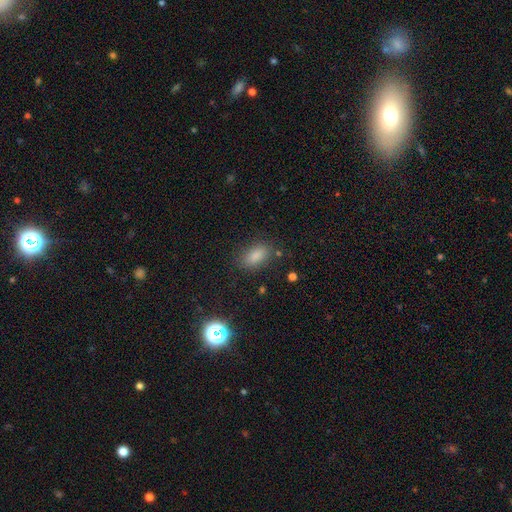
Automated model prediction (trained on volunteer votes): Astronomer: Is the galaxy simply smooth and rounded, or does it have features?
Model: smooth — 84%.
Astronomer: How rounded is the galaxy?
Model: in between — 88%.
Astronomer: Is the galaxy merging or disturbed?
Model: none — 81%.